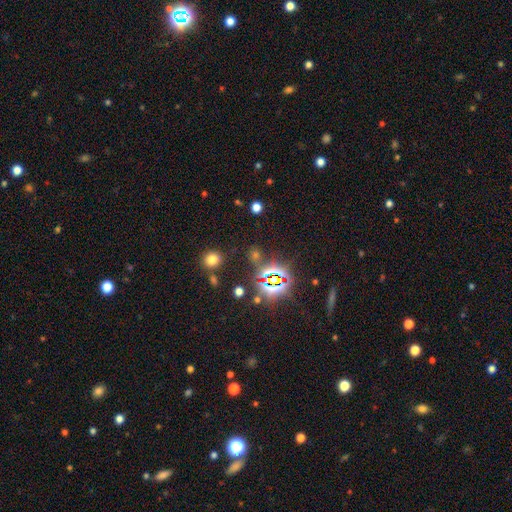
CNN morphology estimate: type=star or artifact (62%).